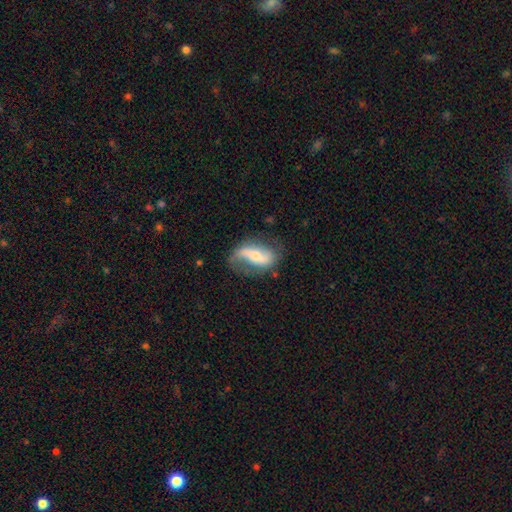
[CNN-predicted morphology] This is likely a featured or disk galaxy (64%). It is clearly not viewed edge-on (89%). Bar: marginally strong (39%). Spiral arm pattern: clearly yes (82%). Central bulge: possibly small (47%). Merging: possibly none (57%).